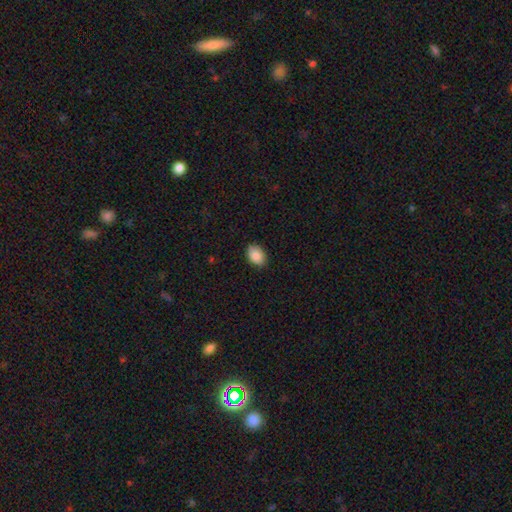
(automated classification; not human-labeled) Overall: smooth (88%). How rounded: in between (83%). Merging: none (88%).